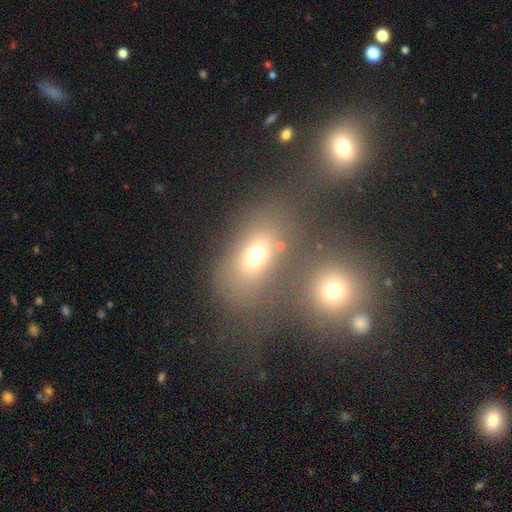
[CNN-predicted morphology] Overall: smooth (66%). How rounded: in between (67%; round 30%). Merging: none (51%; merger 27%).